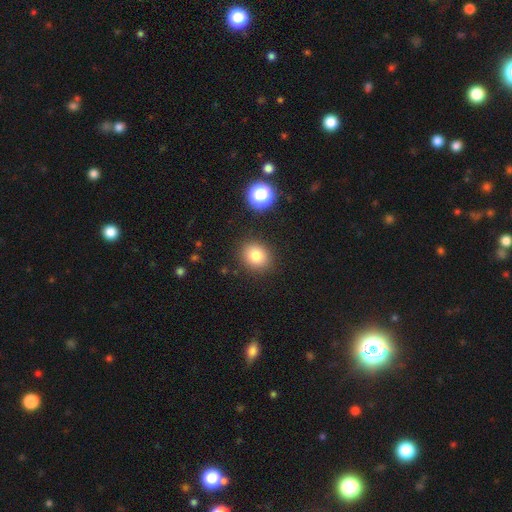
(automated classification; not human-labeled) smooth-or-featured: smooth: 80% | star or artifact: 12% | featured or disk: 8%
  how-rounded: round: 70% | in between: 29% | cigar-shaped: 1%
  merging: none: 88% | minor disturbance: 8% | major disturbance: 2% | merger: 2%